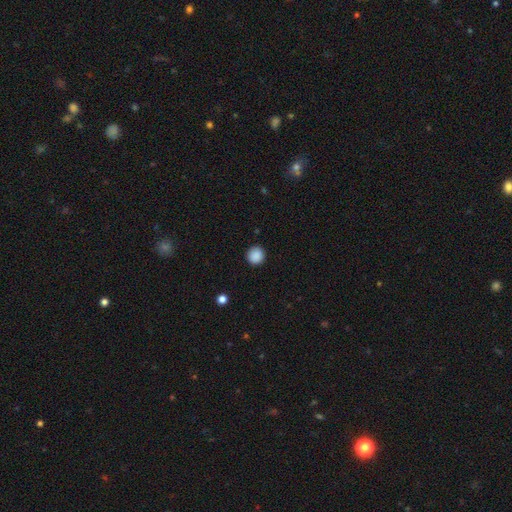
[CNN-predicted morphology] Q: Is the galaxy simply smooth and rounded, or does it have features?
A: smooth — 88%.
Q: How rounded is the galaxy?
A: round — 93%.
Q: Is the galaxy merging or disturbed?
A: none — 92%.